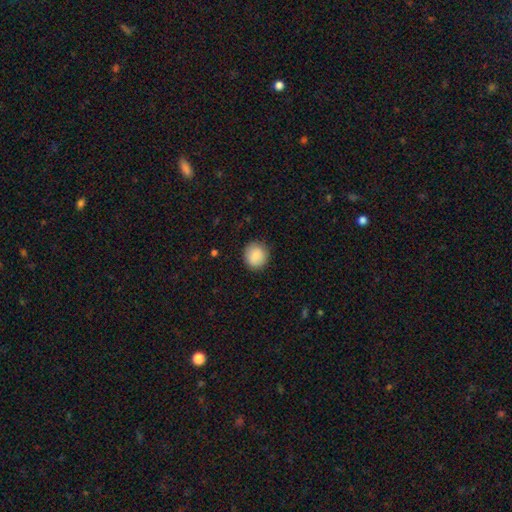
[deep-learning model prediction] smooth 88%, star or artifact 7%, featured or disk 5%. Down the decision tree: how rounded — round (88%); merging — none (89%).